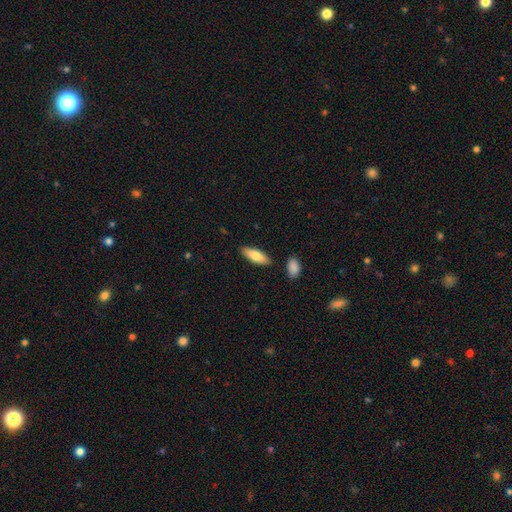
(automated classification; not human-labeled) Smooth or featured: smooth — 75% (featured or disk — 19%)
How rounded: in between — 62% (cigar-shaped — 36%)
Merging: none — 85% (minor disturbance — 10%)